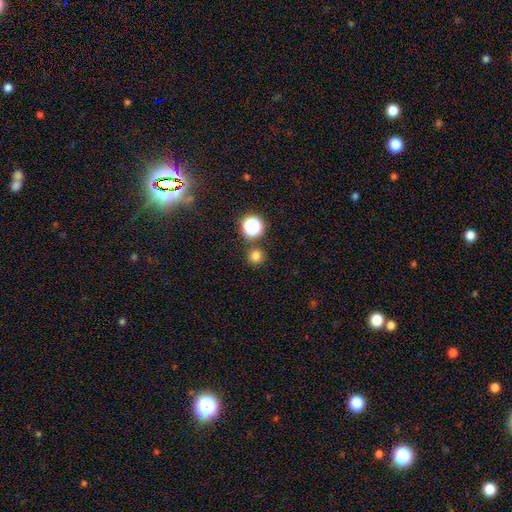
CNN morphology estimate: smooth 76%, star or artifact 19%, featured or disk 5%. Down the decision tree: how rounded — round (93%); merging — none (82%).